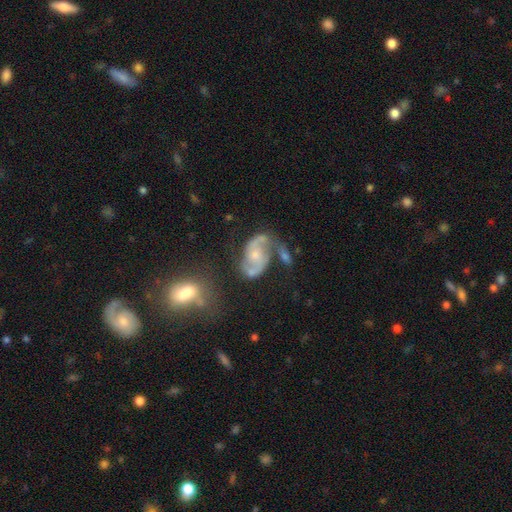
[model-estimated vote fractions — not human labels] A featured or disk galaxy (84%) with no bar (62%), 2 (88%) medium (51%) spiral arms (94%) and a small central bulge (47%).

Vote fractions:
- Smooth or featured? featured or disk: 84% / smooth: 9% / star or artifact: 6%
- Edge-on disk? no: 97% / yes: 3%
- Bar? no: 62% / weak: 31% / strong: 7%
- Spiral arms? yes: 94% / no: 6%
- Spiral winding? medium: 51% / loose: 30% / tight: 19%
- Spiral arm count? 2: 88% / can't tell: 5% / 1: 4% / 3: 2% / 4: 1% / more than 4: 1%
- Bulge size? small: 47% / moderate: 41% / none: 7% / large: 3% / dominant: 1%
- Merging? none: 48% / minor disturbance: 21% / major disturbance: 16% / merger: 16%